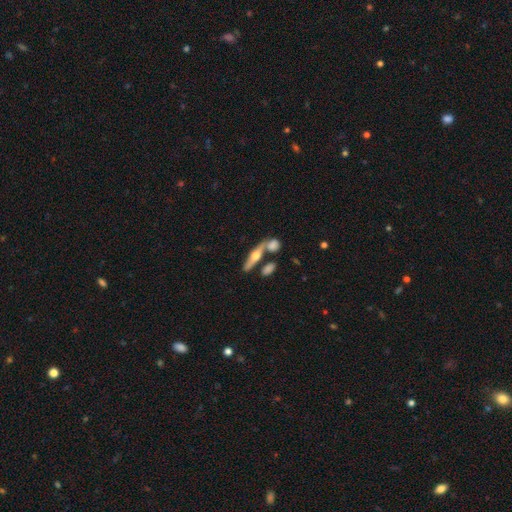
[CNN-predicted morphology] The model was most divided on "smooth or featured": featured or disk: 62%, smooth: 32%, star or artifact: 7%. More confident: edge-on bulge — rounded (94%); edge-on disk — yes (91%); merging — none (66%).